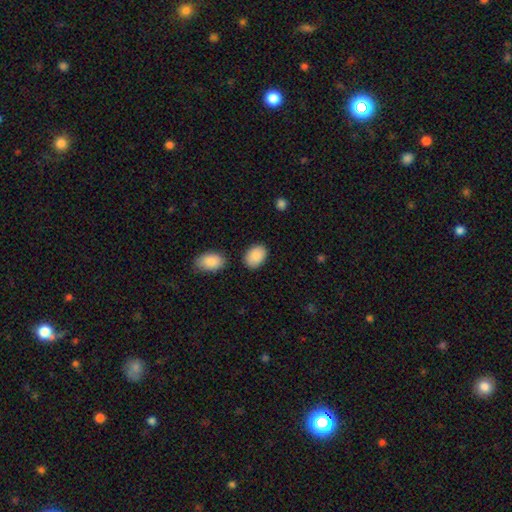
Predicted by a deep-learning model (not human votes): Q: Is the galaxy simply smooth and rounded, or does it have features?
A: smooth — 89%.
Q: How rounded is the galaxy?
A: in between — 82%.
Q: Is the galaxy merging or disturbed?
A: none — 81%.